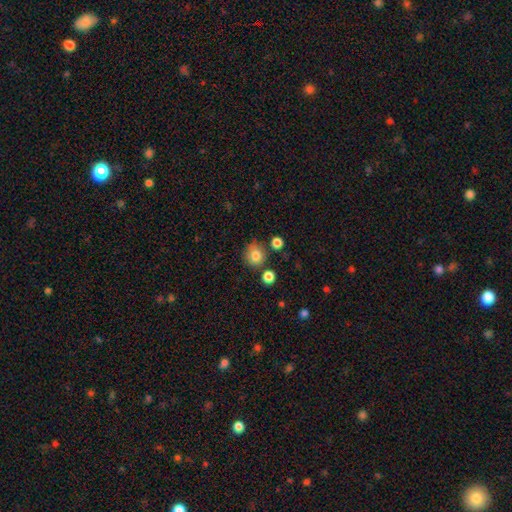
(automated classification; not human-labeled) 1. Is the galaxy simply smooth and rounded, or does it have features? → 81% smooth, 11% star or artifact, 8% featured or disk.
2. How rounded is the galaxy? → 88% round, 11% in between, 1% cigar-shaped.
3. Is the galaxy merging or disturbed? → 76% none, 12% minor disturbance, 8% merger, 3% major disturbance.